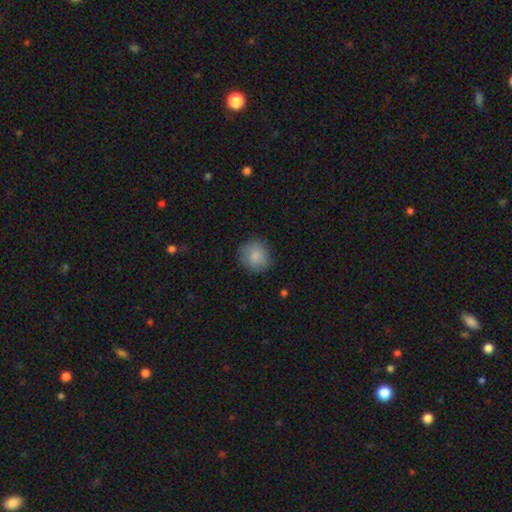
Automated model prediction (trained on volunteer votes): Smooth or featured? Predicted: smooth (p=0.86). How rounded? Predicted: round (p=0.89). Merging? Predicted: none (p=0.85).